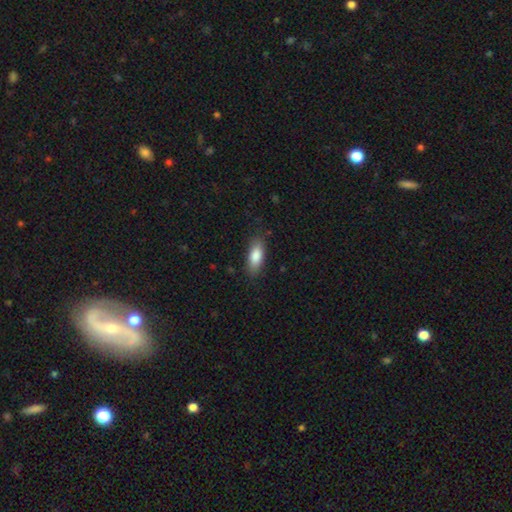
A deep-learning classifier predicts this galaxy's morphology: A smooth galaxy with no disk features (84%) that is in between round and cigar-shaped (75%). Merging: none (83%).